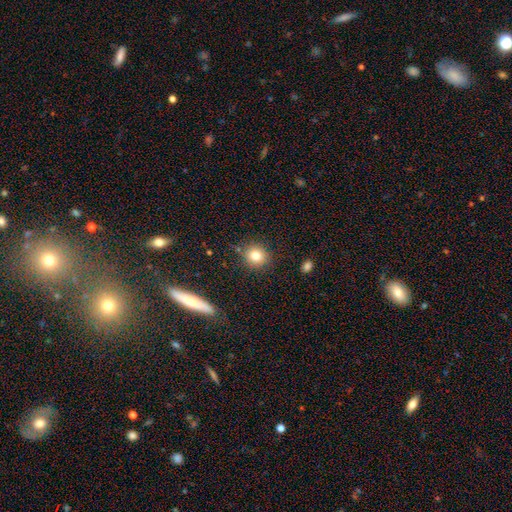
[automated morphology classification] smooth 80%, star or artifact 11%, featured or disk 8%. Down the decision tree: how rounded — round (87%); merging — none (86%).